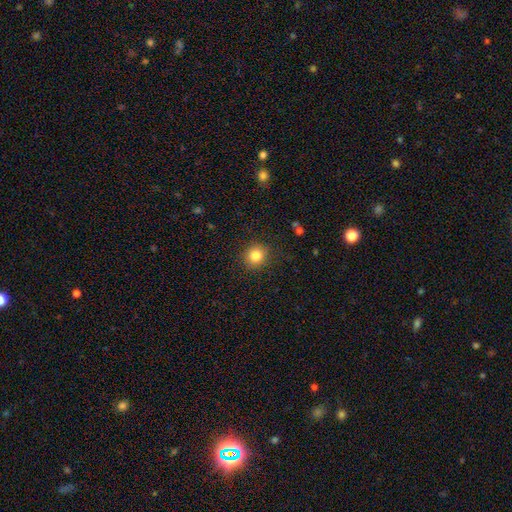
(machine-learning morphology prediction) This is clearly a smooth galaxy (82%). How rounded: clearly round (87%). Merging: clearly none (89%).